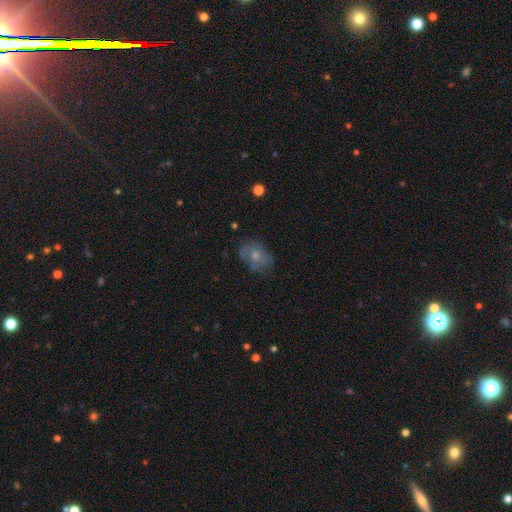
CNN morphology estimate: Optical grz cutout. It shows a smooth galaxy with no disk features (54%) that is in between round and cigar-shaped (70%). Merging: none (58%).